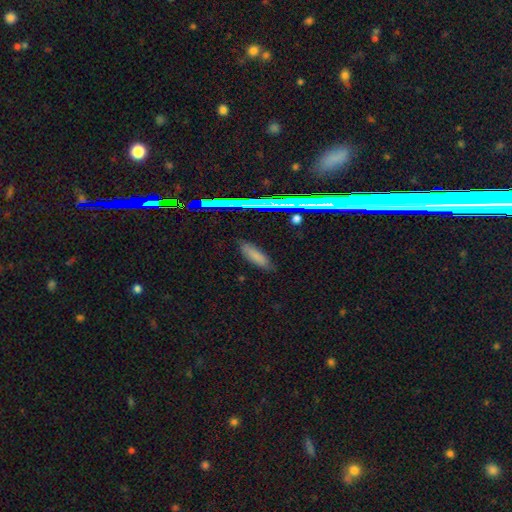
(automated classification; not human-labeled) smooth_or_featured: smooth (p=0.75) [alt: star or artifact p=0.16]
how_rounded: in between (p=0.63) [alt: cigar-shaped p=0.34]
merging: none (p=0.84) [alt: minor disturbance p=0.12]